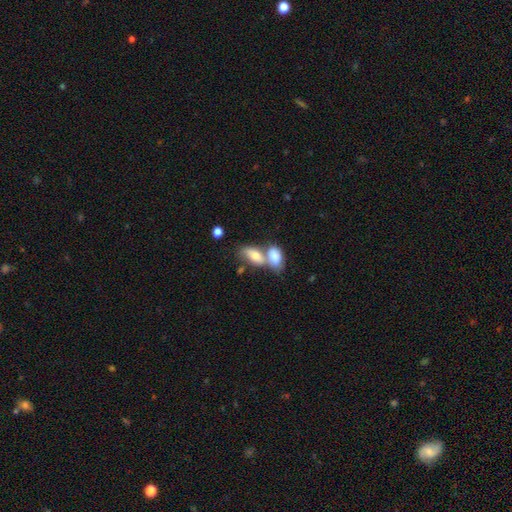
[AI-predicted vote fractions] Smooth or featured: smooth — 68% (featured or disk — 22%)
How rounded: in between — 86% (cigar-shaped — 7%)
Merging: merger — 64% (none — 24%)